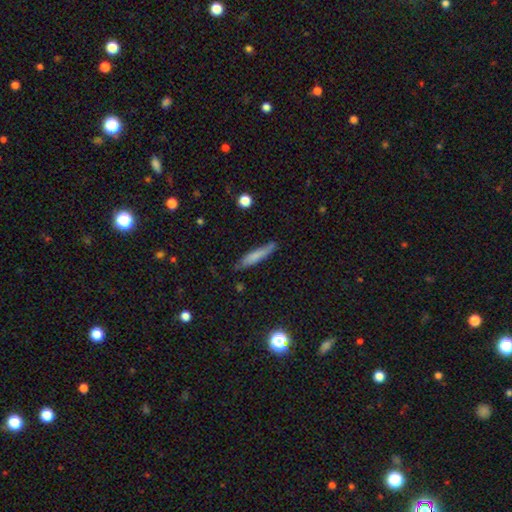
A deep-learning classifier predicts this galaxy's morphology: type=smooth (71%); roundness=cigar-shaped (90%); merging=none (78%).